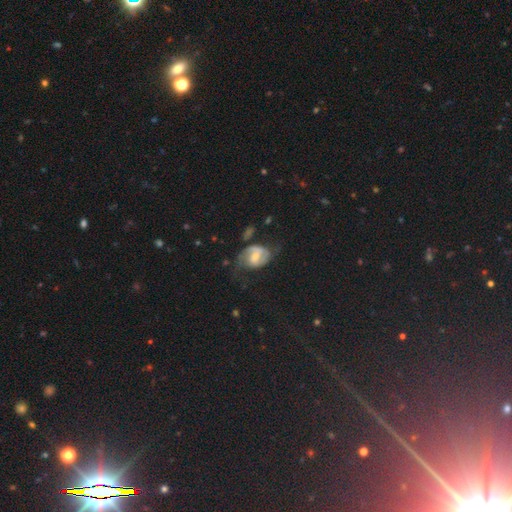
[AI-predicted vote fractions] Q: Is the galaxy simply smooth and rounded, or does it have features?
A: featured or disk — 72%.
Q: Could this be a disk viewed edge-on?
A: no — 97%.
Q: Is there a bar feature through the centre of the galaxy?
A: weak — 51%.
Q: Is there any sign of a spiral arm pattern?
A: yes — 89%.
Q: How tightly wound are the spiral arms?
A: medium — 46%.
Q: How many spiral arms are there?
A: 2 — 76%.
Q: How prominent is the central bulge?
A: moderate — 49%.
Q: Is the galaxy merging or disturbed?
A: none — 45%.